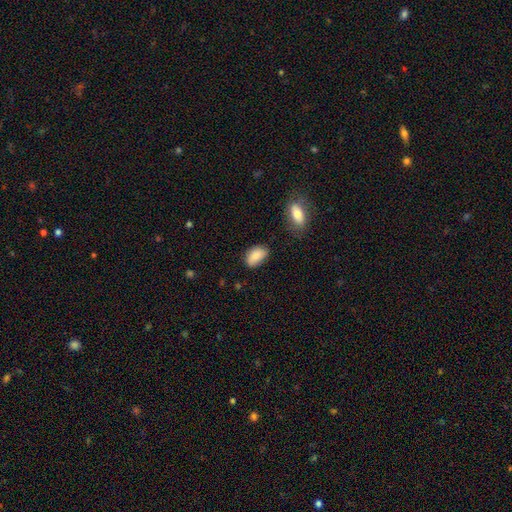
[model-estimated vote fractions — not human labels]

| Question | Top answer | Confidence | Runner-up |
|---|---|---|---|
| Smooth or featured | smooth | 86% | star or artifact (7%) |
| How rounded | in between | 92% | round (6%) |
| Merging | none | 71% | minor disturbance (22%) |